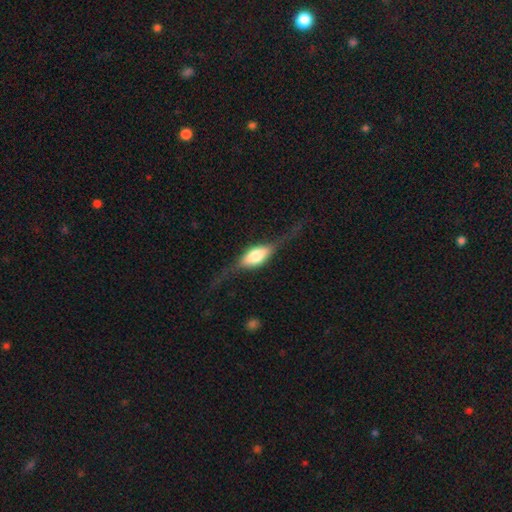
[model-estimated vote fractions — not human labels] This appears to be a featured or disk galaxy (64%) viewed edge-on (93%) with a rounded central bulge (85%). Merging: none (67%).